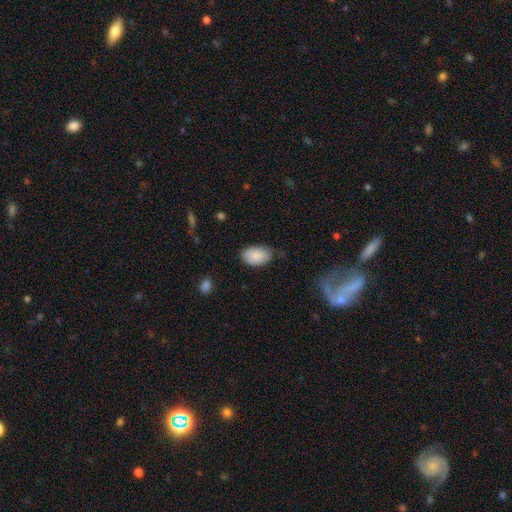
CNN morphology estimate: This is clearly a smooth galaxy (88%). How rounded: clearly in between (92%). Merging: likely none (71%).